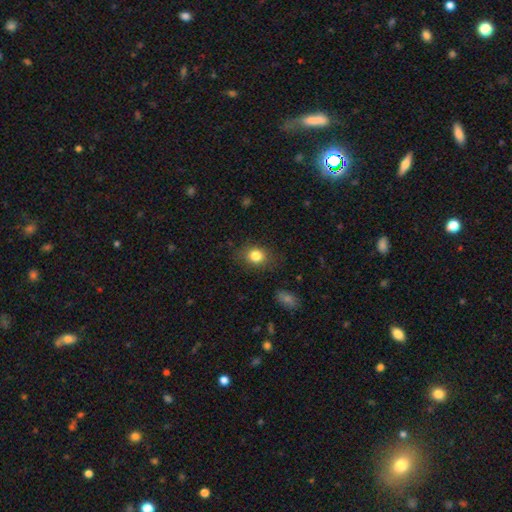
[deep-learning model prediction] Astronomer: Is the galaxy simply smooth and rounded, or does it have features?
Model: smooth — 83%.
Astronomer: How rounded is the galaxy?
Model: round — 53% (runner-up: in between, 46%).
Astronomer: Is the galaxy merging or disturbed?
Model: none — 80%.